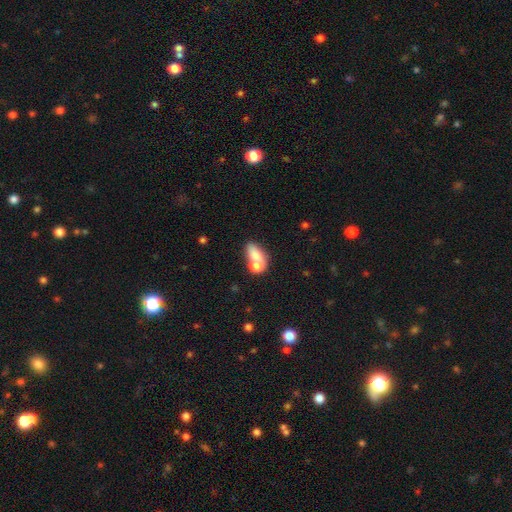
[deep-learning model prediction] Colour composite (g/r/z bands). It shows a smooth galaxy with no disk features (73%) that is in between round and cigar-shaped (80%). Merging: merger (61%).